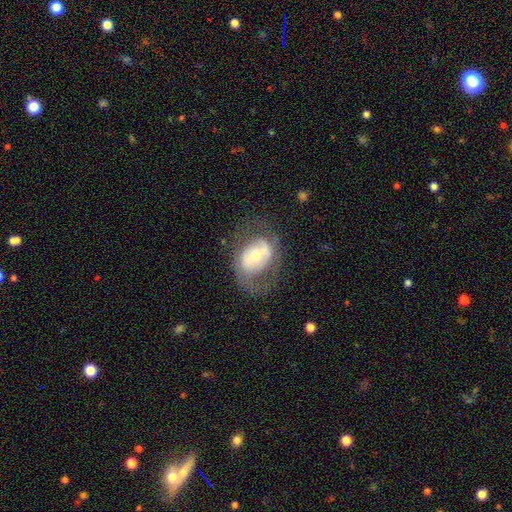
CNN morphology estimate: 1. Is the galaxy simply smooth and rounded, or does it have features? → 62% featured or disk, 31% smooth, 7% star or artifact.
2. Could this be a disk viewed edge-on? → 95% no, 5% yes.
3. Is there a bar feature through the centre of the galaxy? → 46% no, 35% weak, 19% strong.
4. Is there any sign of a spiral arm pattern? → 59% yes, 41% no.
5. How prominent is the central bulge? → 60% moderate, 28% small, 9% large, 1% dominant, 1% none.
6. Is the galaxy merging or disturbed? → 57% none, 21% major disturbance, 21% minor disturbance, 2% merger.